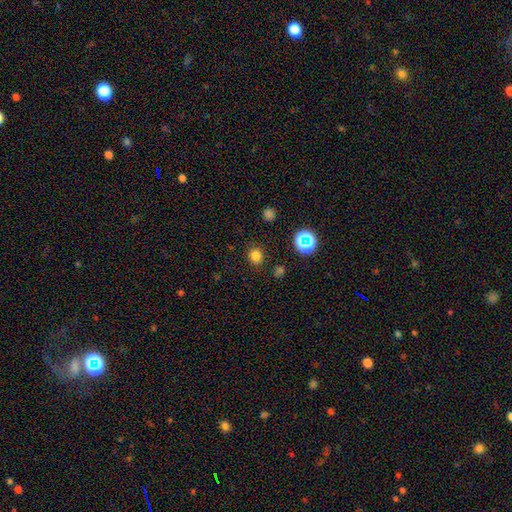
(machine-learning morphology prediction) smooth_or_featured: smooth (p=0.77) [alt: star or artifact p=0.18]
how_rounded: round (p=0.74) [alt: in between p=0.25]
merging: none (p=0.86) [alt: minor disturbance p=0.09]